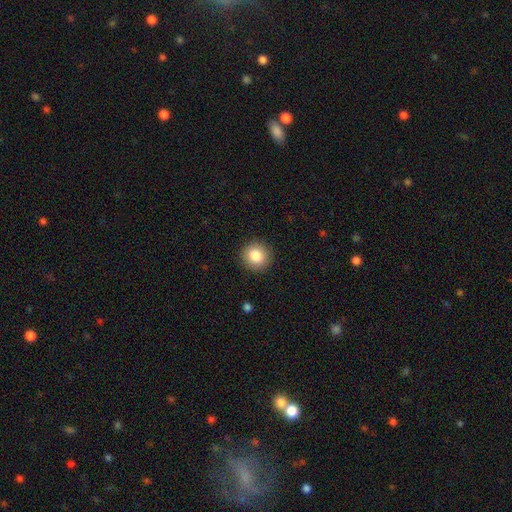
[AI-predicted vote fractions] Morphology: type=smooth (84%); roundness=round (92%); merging=none (91%).